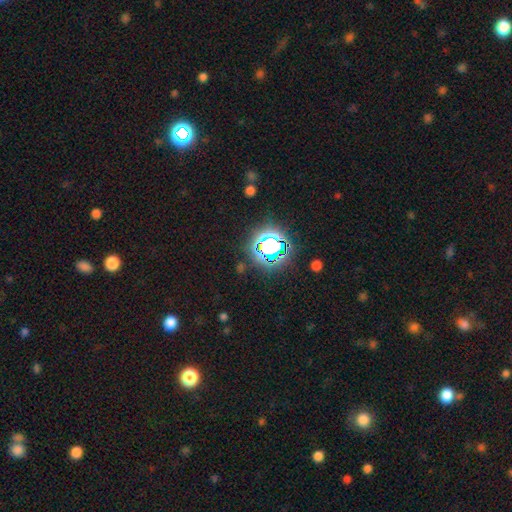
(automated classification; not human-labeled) smooth_or_featured: star or artifact (p=0.76) [alt: smooth p=0.16]